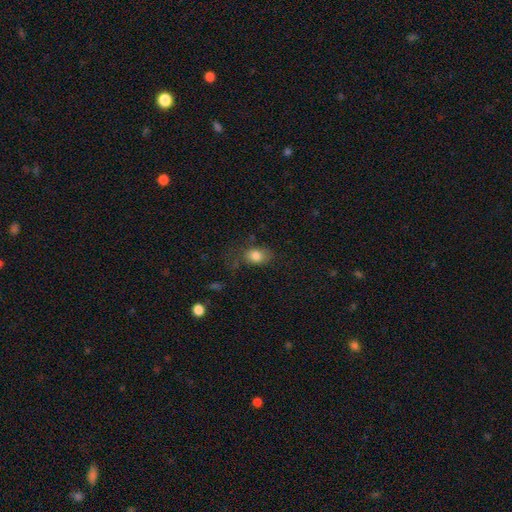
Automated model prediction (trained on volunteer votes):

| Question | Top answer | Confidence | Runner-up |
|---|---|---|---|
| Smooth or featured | smooth | 83% | star or artifact (9%) |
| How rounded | in between | 74% | round (25%) |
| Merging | none | 61% | minor disturbance (23%) |